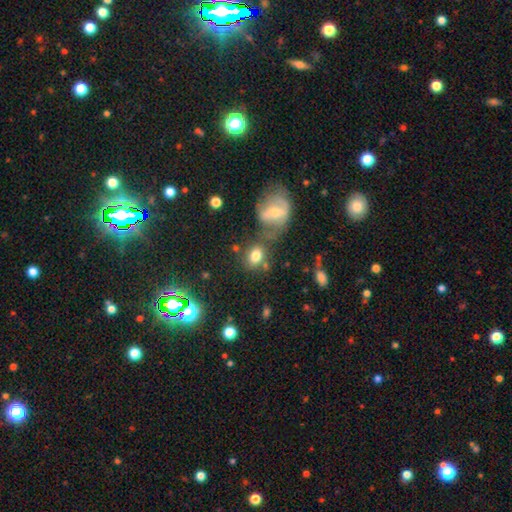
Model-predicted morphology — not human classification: Q: Smooth or featured?
A: smooth (76%); runner-up: featured or disk (13%)
Q: How rounded?
A: in between (63%); runner-up: round (36%)
Q: Merging?
A: none (54%); runner-up: merger (24%)